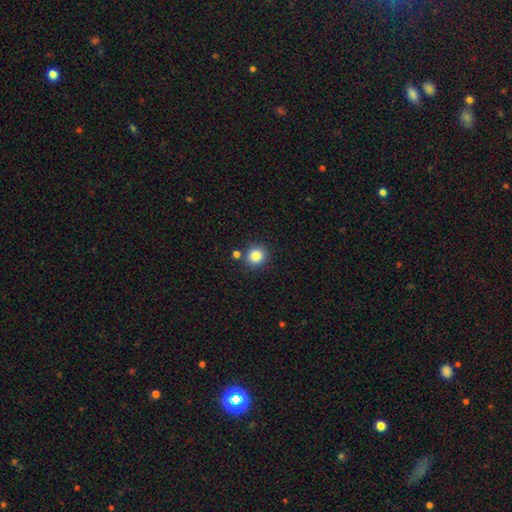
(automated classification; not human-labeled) Smooth or featured?
  - smooth: 84% *
  - star or artifact: 11%
  - featured or disk: 5%
How rounded?
  - round: 90% *
  - in between: 9%
  - cigar-shaped: 1%
Merging?
  - none: 83% *
  - minor disturbance: 8%
  - merger: 7%
  - major disturbance: 2%